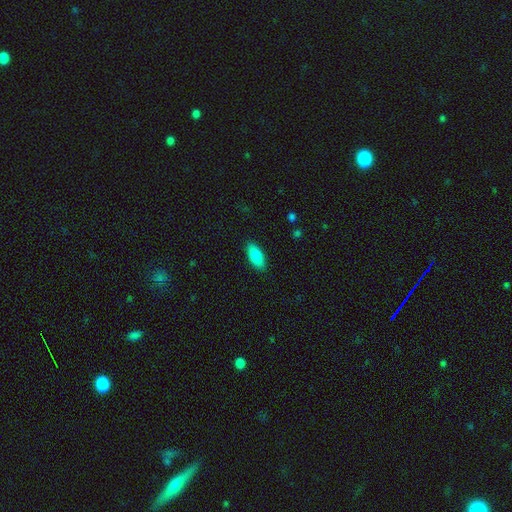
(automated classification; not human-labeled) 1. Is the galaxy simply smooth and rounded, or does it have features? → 82% smooth, 11% featured or disk, 6% star or artifact.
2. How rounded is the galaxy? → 83% in between, 15% cigar-shaped, 2% round.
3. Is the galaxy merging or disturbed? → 89% none, 8% minor disturbance, 2% major disturbance, 1% merger.